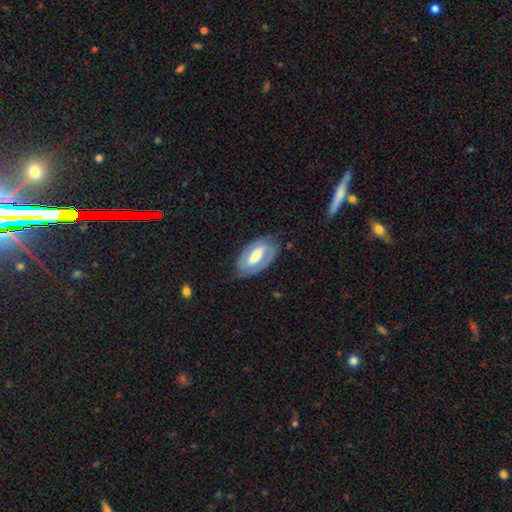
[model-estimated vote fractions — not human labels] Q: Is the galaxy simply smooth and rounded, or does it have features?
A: featured or disk — 67%.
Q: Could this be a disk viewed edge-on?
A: no — 94%.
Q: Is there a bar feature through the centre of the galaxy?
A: weak — 41%.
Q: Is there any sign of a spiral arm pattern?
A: yes — 76%.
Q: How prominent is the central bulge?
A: moderate — 49%.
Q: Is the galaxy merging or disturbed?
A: none — 74%.